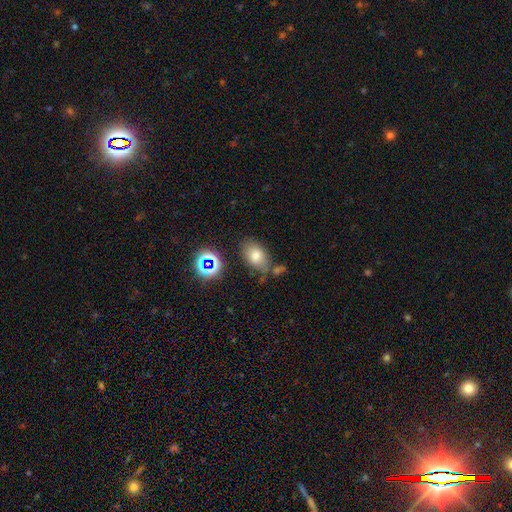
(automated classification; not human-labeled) This is likely a smooth galaxy (72%). How rounded: clearly in between (82%). Merging: likely none (69%).